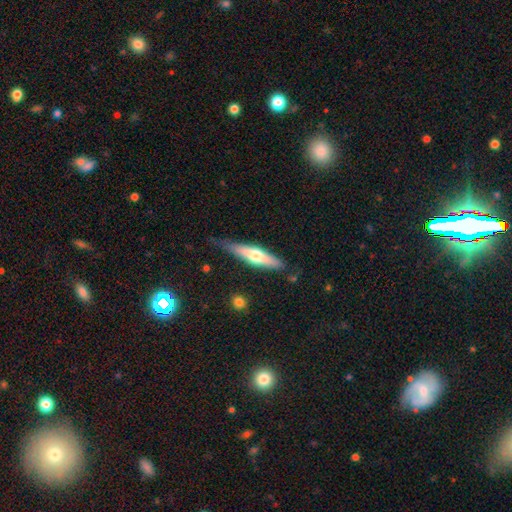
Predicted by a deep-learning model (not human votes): smooth_or_featured: featured or disk (p=0.48) [alt: smooth p=0.46]
merging: none (p=0.70) [alt: minor disturbance p=0.22]